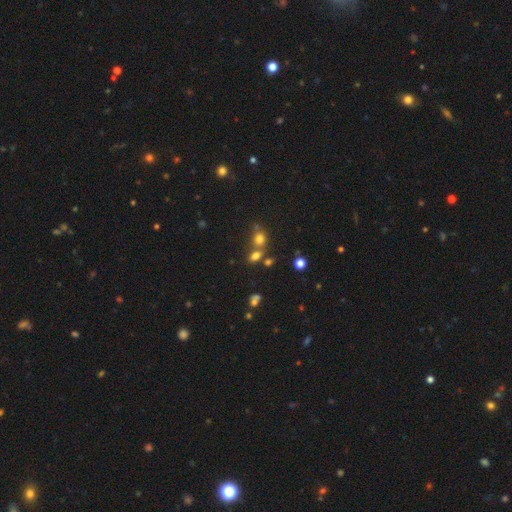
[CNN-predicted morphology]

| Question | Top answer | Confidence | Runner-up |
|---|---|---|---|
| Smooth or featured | smooth | 72% | star or artifact (18%) |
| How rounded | in between | 53% | round (44%) |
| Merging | none | 49% | merger (36%) |